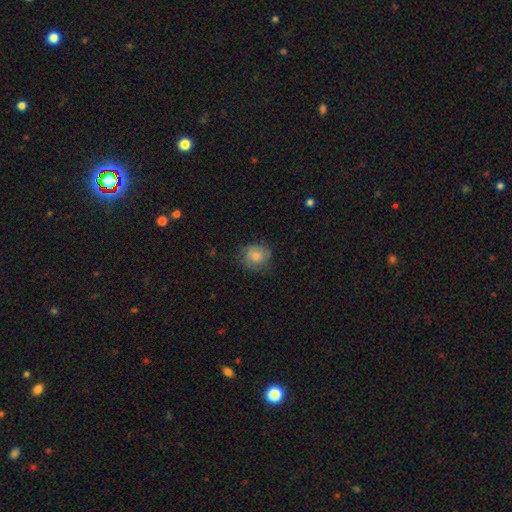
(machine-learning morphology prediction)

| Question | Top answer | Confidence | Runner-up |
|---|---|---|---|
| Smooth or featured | smooth | 82% | featured or disk (10%) |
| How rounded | round | 85% | in between (14%) |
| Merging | none | 73% | minor disturbance (20%) |